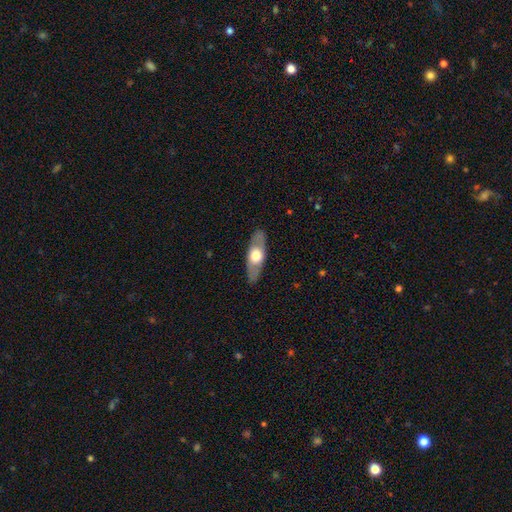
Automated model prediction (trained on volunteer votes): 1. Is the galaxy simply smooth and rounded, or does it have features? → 48% featured or disk, 47% smooth, 5% star or artifact.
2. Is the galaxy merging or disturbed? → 87% none, 10% minor disturbance, 2% major disturbance, 1% merger.